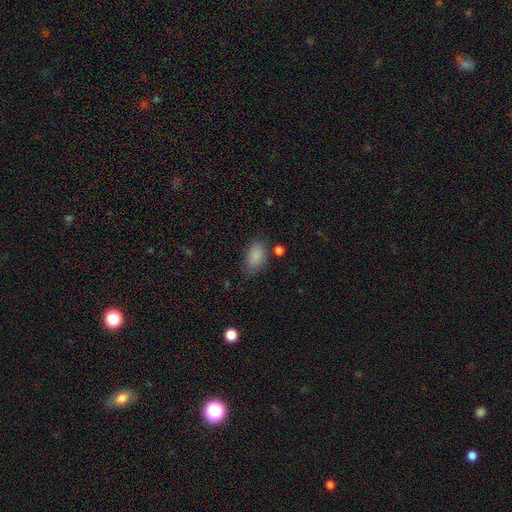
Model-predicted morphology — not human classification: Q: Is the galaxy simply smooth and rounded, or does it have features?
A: smooth — 87%.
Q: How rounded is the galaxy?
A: in between — 90%.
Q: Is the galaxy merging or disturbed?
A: none — 75%.